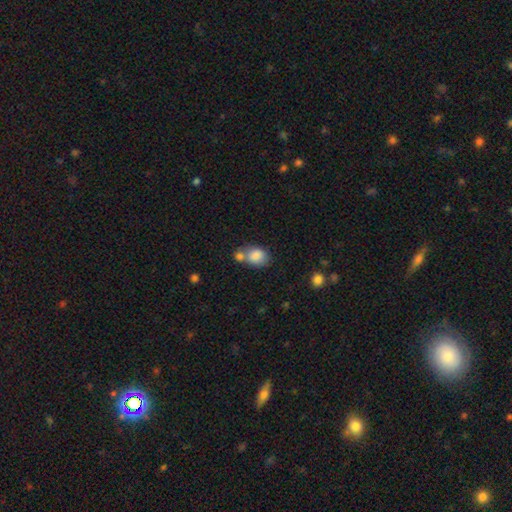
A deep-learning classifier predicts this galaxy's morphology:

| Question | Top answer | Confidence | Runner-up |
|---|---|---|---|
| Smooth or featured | smooth | 84% | featured or disk (8%) |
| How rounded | in between | 66% | round (33%) |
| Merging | none | 44% | merger (37%) |